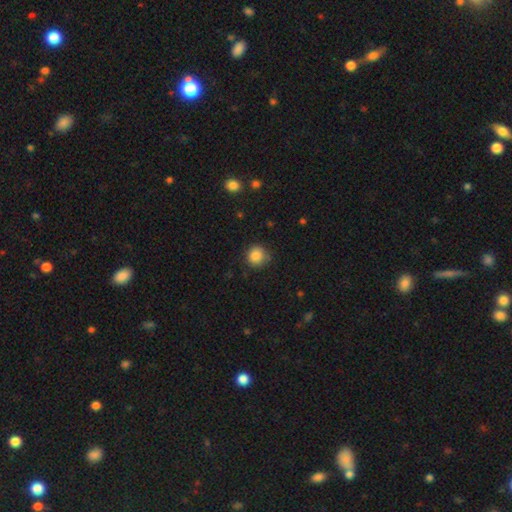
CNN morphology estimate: A smooth galaxy with no disk features (86%) that is round (92%). Merging: none (81%).